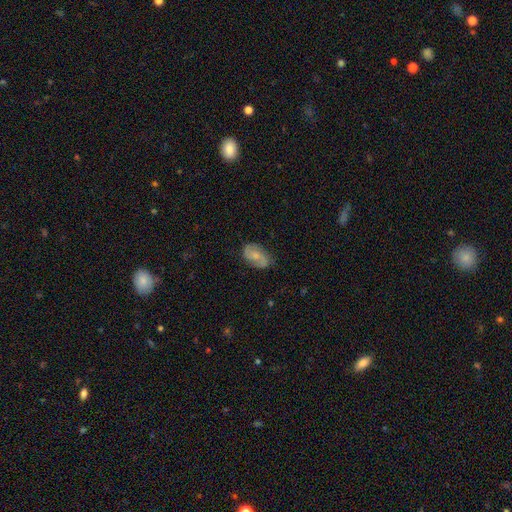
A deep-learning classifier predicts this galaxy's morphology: smooth_or_featured: featured or disk (p=0.61) [alt: smooth p=0.31]
disk_edge_on: no (p=0.97) [alt: yes p=0.03]
bar: no (p=0.59) [alt: weak p=0.36]
has_spiral_arms: yes (p=0.91) [alt: no p=0.09]
spiral_winding: medium (p=0.47) [alt: loose p=0.30]
spiral_arm_count: 2 (p=0.86) [alt: can't tell p=0.07]
bulge_size: moderate (p=0.40) [alt: small p=0.36]
merging: none (p=0.75) [alt: minor disturbance p=0.18]